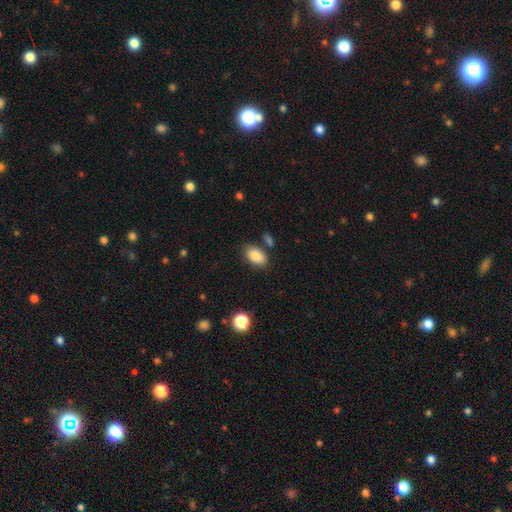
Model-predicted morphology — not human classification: Overall: smooth (86%). How rounded: in between (91%). Merging: none (77%).